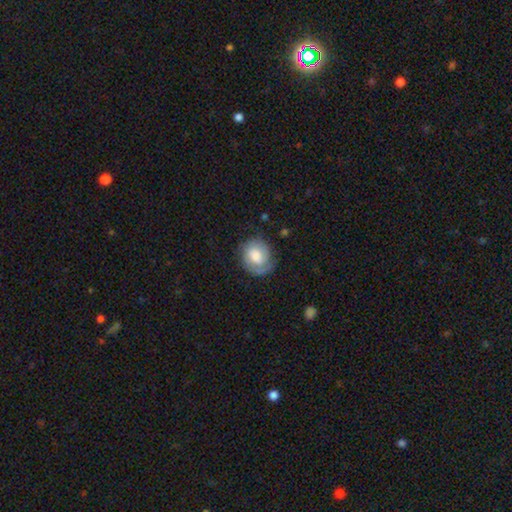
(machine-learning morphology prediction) Smooth or featured? Predicted: smooth (p=0.47). Merging? Predicted: none (p=0.66).